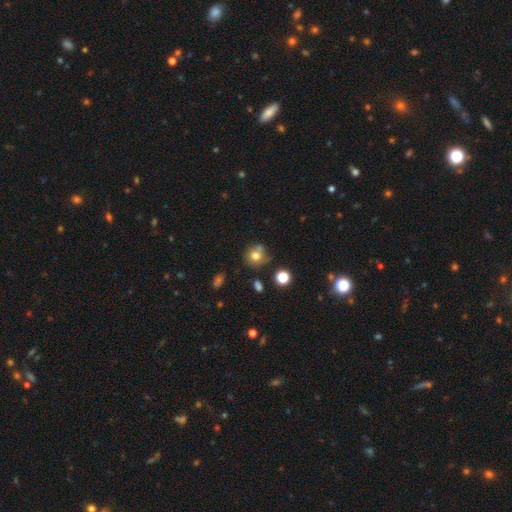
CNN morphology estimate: This is likely a smooth galaxy (73%). How rounded: clearly round (80%). Merging: possibly none (54%).